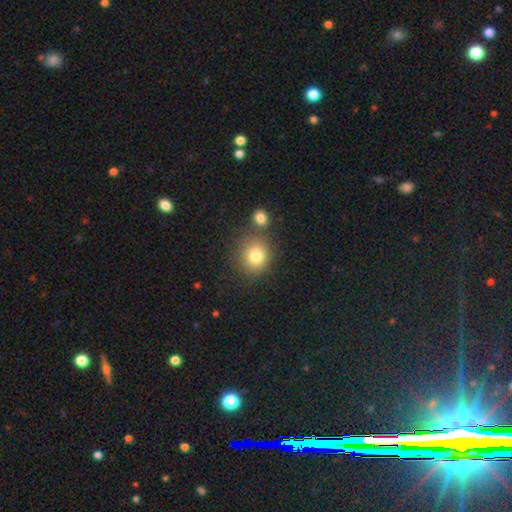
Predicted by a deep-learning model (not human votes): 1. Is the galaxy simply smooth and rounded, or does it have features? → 78% smooth, 12% star or artifact, 9% featured or disk.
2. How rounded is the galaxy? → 82% round, 17% in between, 1% cigar-shaped.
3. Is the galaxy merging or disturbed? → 70% none, 17% merger, 10% minor disturbance, 4% major disturbance.